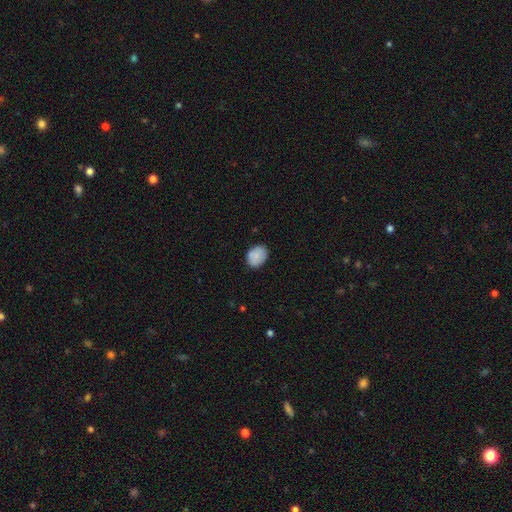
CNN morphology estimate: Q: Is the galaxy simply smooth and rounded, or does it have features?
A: smooth — 86%.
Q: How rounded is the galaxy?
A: in between — 67%.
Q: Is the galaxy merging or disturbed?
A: none — 80%.